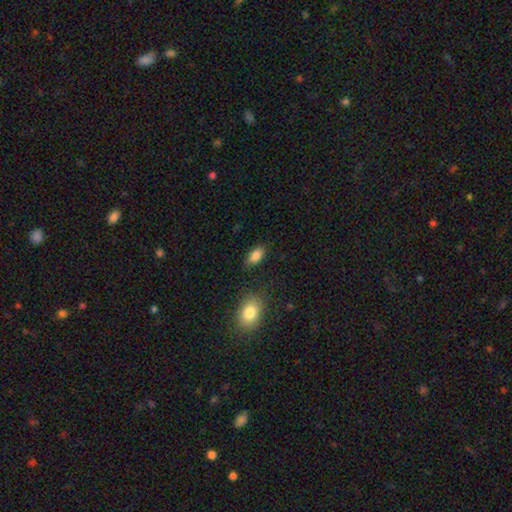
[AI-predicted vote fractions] This is clearly a smooth galaxy (86%). How rounded: clearly in between (91%). Merging: clearly none (81%).